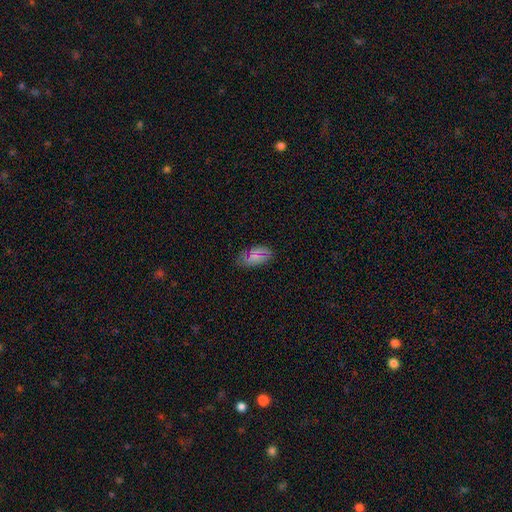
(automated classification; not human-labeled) Smooth or featured? smooth (69%)
How rounded? in between (94%)
Merging? none (77%)